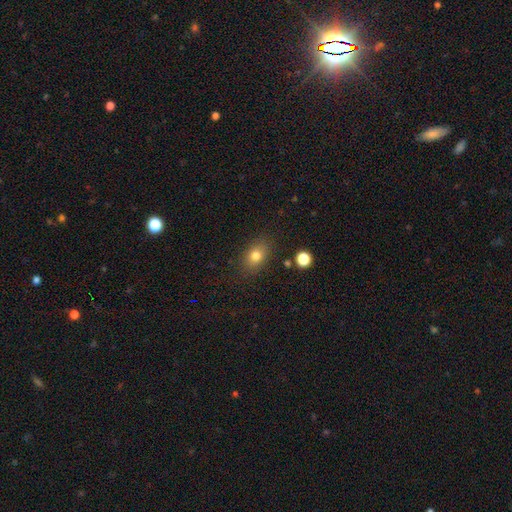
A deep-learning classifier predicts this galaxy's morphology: This is likely a smooth galaxy (78%). How rounded: likely in between (73%). Merging: clearly none (83%).